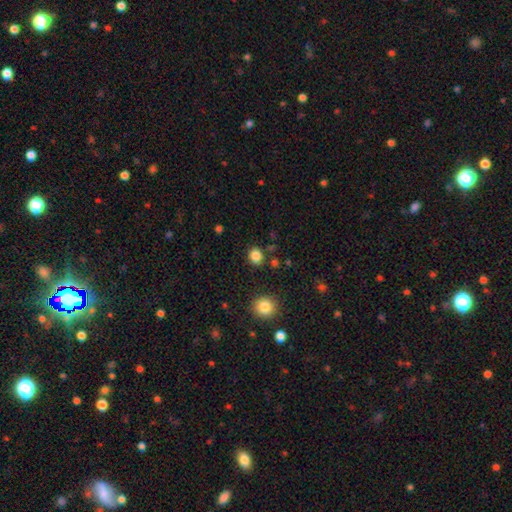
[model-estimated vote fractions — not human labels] A smooth galaxy with no disk features (84%) that is round (67%). Merging: none (84%).